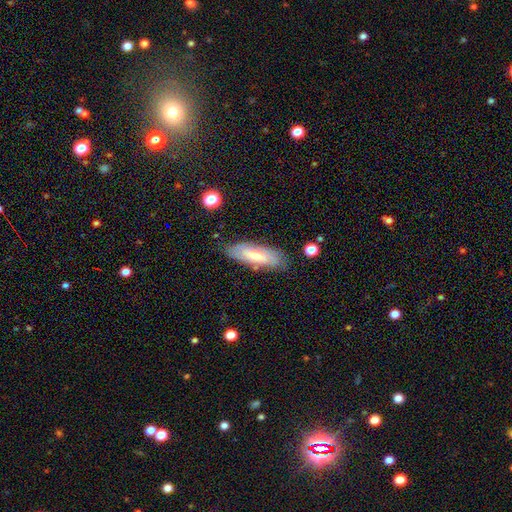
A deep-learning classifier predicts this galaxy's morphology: smooth-or-featured: smooth: 58% | featured or disk: 35% | star or artifact: 7%
  how-rounded: in between: 58% | cigar-shaped: 40% | round: 2%
  merging: none: 79% | minor disturbance: 15% | major disturbance: 3% | merger: 2%